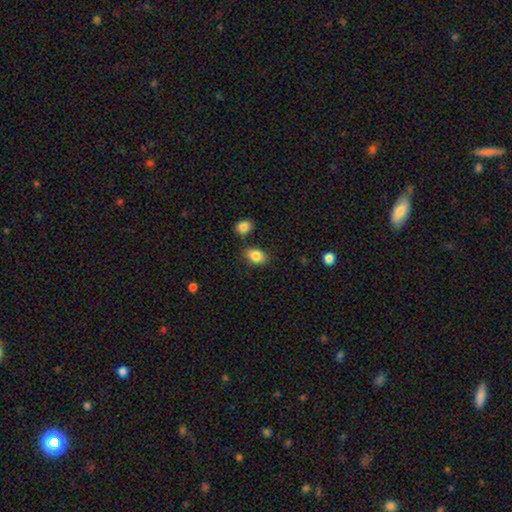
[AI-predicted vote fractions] The model was most divided on "merging": none: 78%, minor disturbance: 12%, merger: 7%, major disturbance: 3%. More confident: smooth or featured — smooth (86%); how rounded — in between (84%).